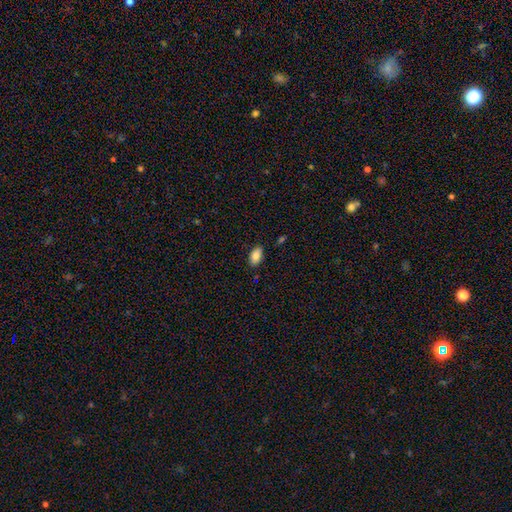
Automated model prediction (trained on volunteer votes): Smooth or featured? smooth (85%)
How rounded? in between (93%)
Merging? none (86%)